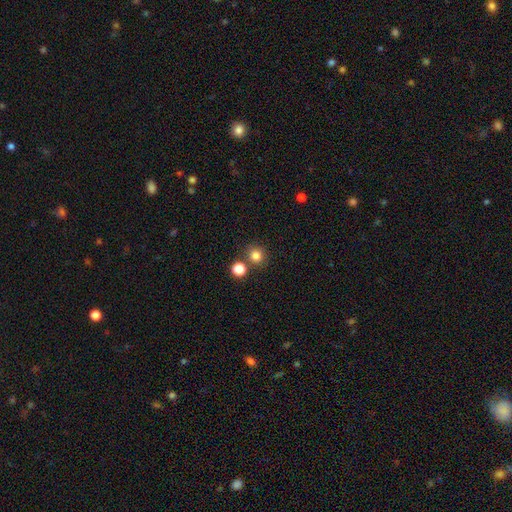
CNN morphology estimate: type=smooth (81%); roundness=round (92%); merging=none (78%).